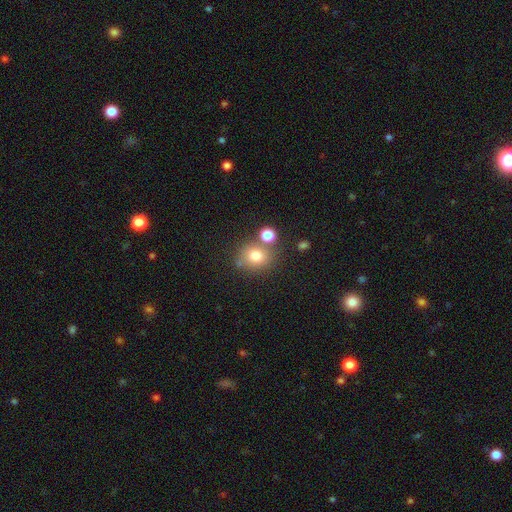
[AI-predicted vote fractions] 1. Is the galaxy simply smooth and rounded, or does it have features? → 76% smooth, 14% star or artifact, 10% featured or disk.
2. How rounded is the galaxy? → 79% round, 20% in between, 1% cigar-shaped.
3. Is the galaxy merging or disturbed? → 67% none, 18% merger, 12% minor disturbance, 4% major disturbance.